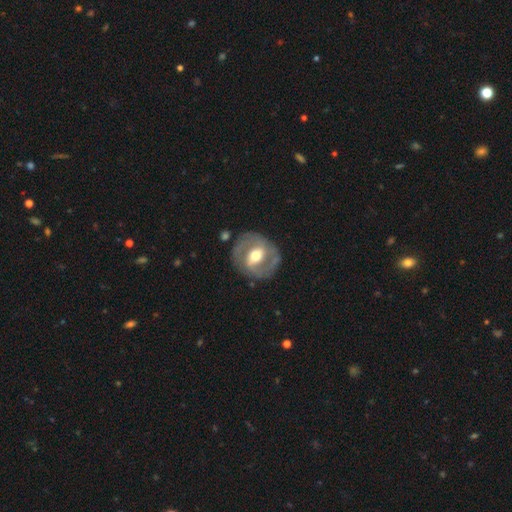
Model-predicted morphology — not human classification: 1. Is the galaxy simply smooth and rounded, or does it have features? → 74% featured or disk, 21% smooth, 5% star or artifact.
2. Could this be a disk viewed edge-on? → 96% no, 4% yes.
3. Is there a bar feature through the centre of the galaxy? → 41% weak, 39% strong, 20% no.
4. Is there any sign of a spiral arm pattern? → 71% yes, 29% no.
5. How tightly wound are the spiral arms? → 46% medium, 37% tight, 18% loose.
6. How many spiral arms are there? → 83% 2, 10% can't tell, 3% 1, 2% 3, 1% 4, 1% more than 4.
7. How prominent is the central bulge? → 73% moderate, 15% large, 10% small, 1% dominant, 1% none.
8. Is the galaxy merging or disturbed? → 80% none, 12% minor disturbance, 6% major disturbance, 2% merger.